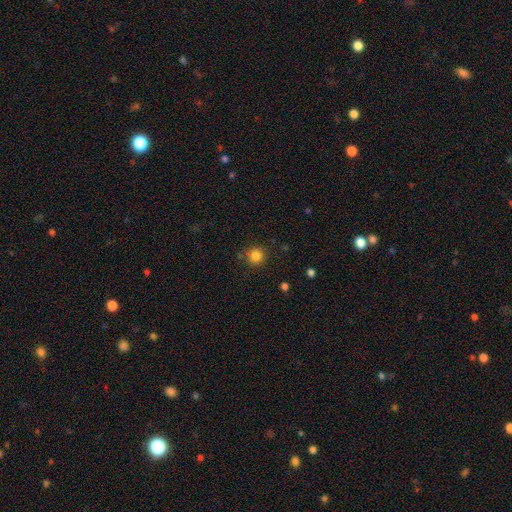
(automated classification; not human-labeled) Morphology: type=smooth (83%); roundness=round (94%); merging=none (85%).